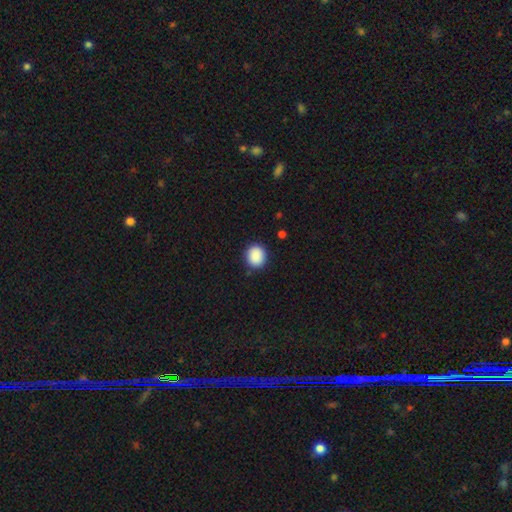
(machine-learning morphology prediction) Overall: smooth (89%). How rounded: round (79%). Merging: none (88%).